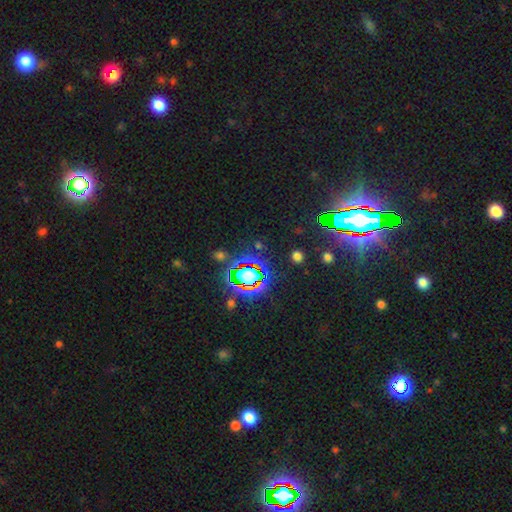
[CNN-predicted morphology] Overall: star or artifact (84%).